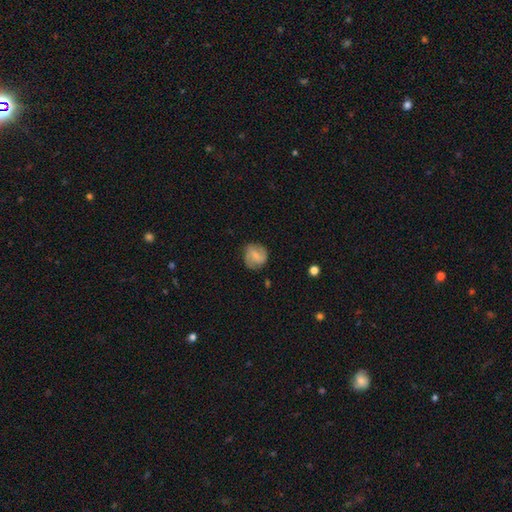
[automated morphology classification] smooth 48%, featured or disk 45%, star or artifact 7%. Down the decision tree: merging — none (74%).